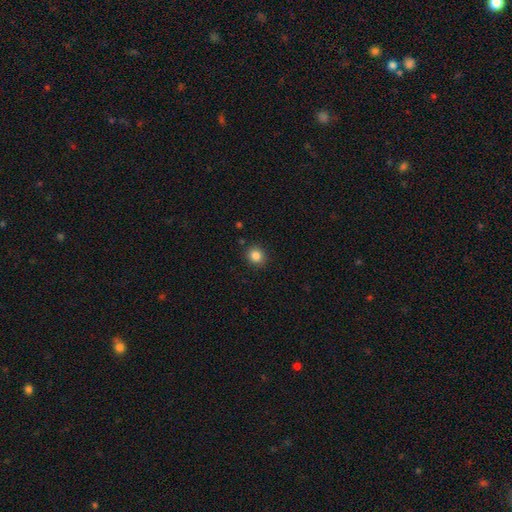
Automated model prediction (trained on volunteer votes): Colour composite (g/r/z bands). It shows a smooth galaxy with no disk features (85%) that is round (85%). Merging: none (90%).